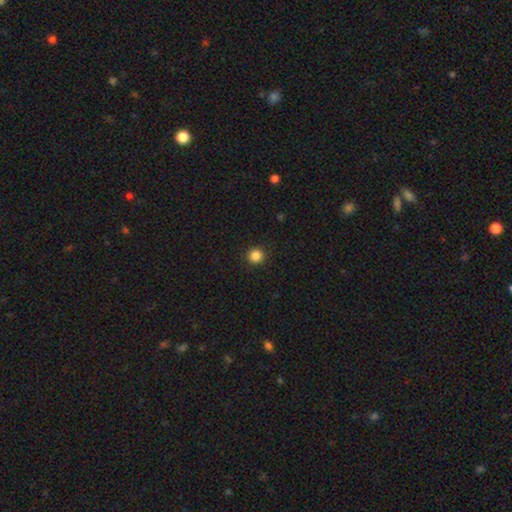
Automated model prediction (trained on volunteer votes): Q: Smooth or featured?
A: smooth (86%); runner-up: star or artifact (11%)
Q: How rounded?
A: round (94%); runner-up: in between (5%)
Q: Merging?
A: none (92%); runner-up: minor disturbance (5%)